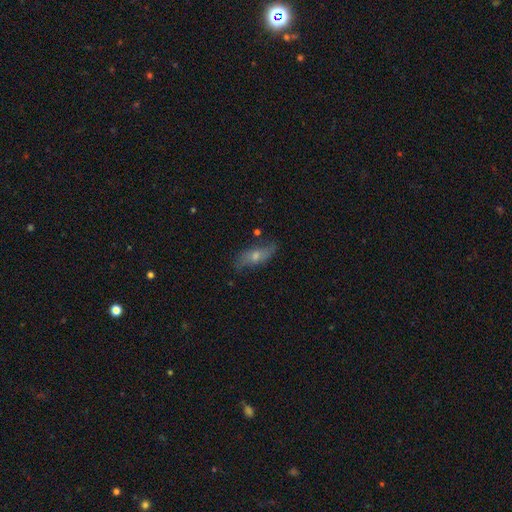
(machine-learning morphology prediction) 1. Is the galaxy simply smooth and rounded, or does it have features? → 52% featured or disk, 37% smooth, 11% star or artifact.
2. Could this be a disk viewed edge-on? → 61% no, 39% yes.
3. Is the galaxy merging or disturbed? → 75% none, 18% minor disturbance, 5% major disturbance, 2% merger.